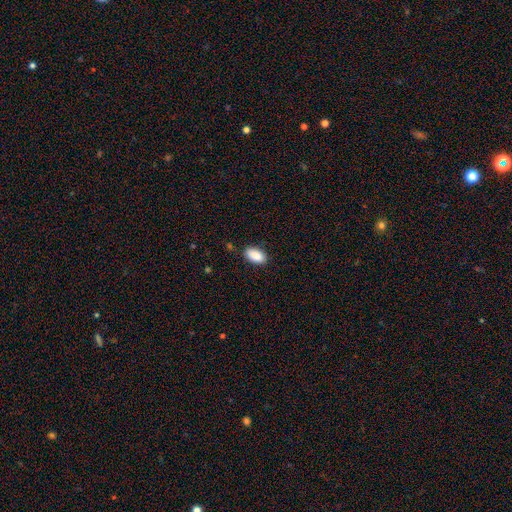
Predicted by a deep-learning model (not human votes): smooth-or-featured: smooth: 90% | star or artifact: 7% | featured or disk: 4%
  how-rounded: in between: 94% | round: 3% | cigar-shaped: 3%
  merging: none: 86% | minor disturbance: 11% | major disturbance: 2% | merger: 1%